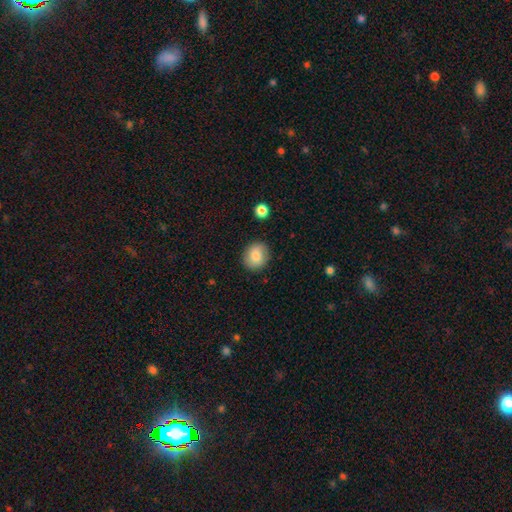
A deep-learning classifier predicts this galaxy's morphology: smooth-or-featured: smooth: 83% | featured or disk: 9% | star or artifact: 8%
  how-rounded: round: 75% | in between: 24% | cigar-shaped: 1%
  merging: none: 86% | minor disturbance: 10% | major disturbance: 3% | merger: 2%